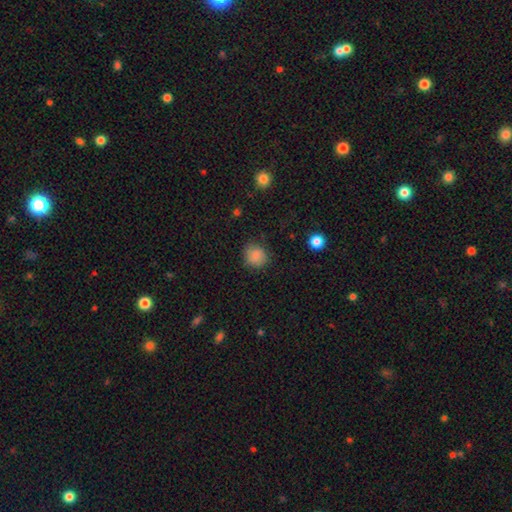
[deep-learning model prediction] This appears to be a smooth galaxy with no disk features (85%) that is round (84%). Merging: none (81%).